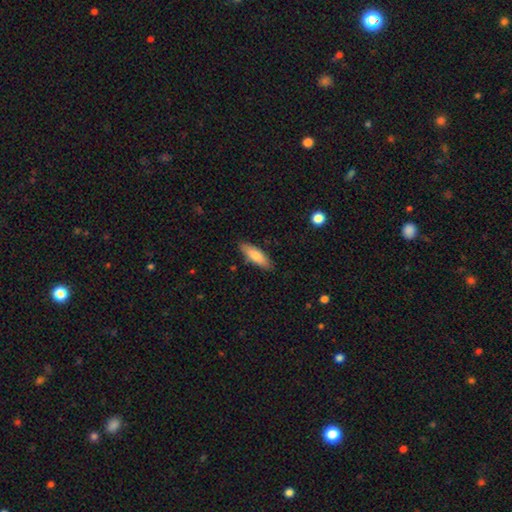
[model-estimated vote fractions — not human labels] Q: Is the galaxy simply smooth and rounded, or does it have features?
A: smooth — 80%.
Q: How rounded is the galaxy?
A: in between — 55%.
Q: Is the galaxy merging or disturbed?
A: none — 86%.